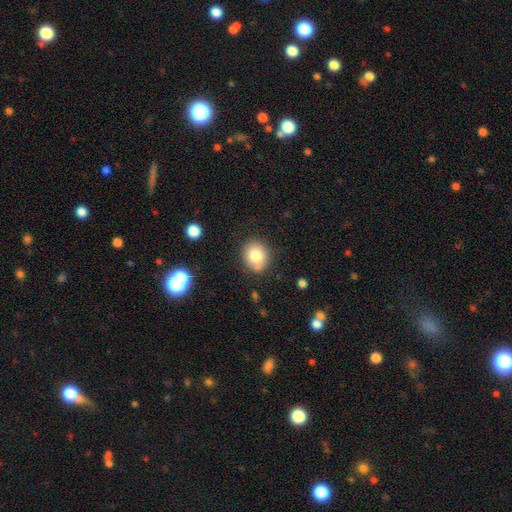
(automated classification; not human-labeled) smooth-or-featured: smooth: 80% | featured or disk: 10% | star or artifact: 10%
  how-rounded: round: 75% | in between: 24% | cigar-shaped: 1%
  merging: none: 81% | minor disturbance: 13% | major disturbance: 3% | merger: 2%